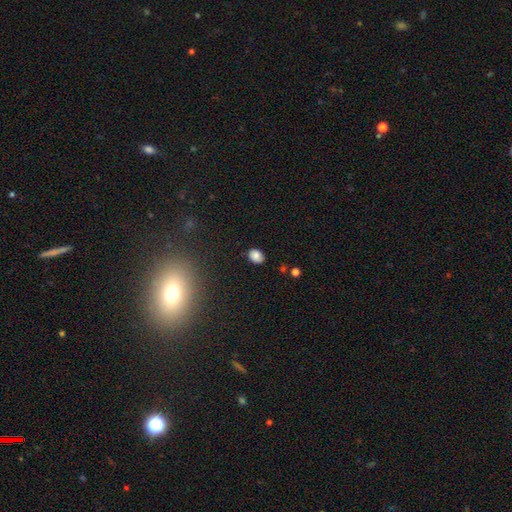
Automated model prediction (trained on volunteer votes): Smooth or featured?
  - smooth: 83% *
  - star or artifact: 10%
  - featured or disk: 7%
How rounded?
  - in between: 65% *
  - round: 34%
  - cigar-shaped: 1%
Merging?
  - none: 82% *
  - minor disturbance: 13%
  - major disturbance: 3%
  - merger: 1%